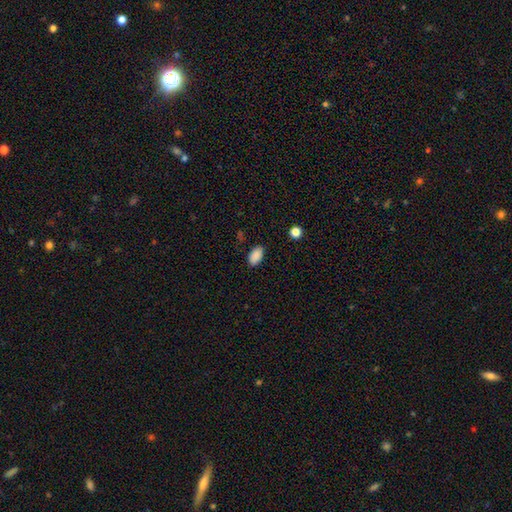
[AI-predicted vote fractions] smooth 89%, star or artifact 8%, featured or disk 3%. Down the decision tree: how rounded — in between (94%); merging — none (85%).